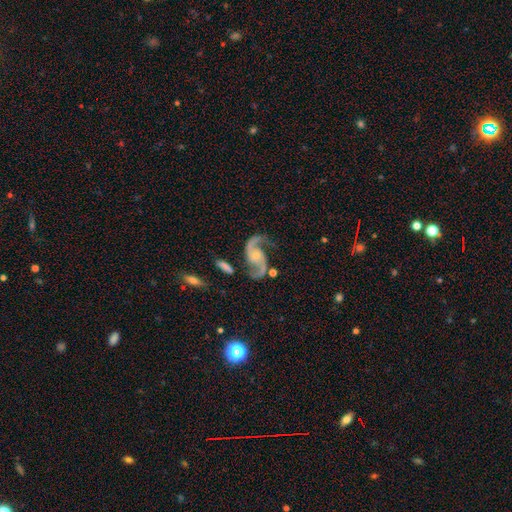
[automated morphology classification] Smooth or featured? featured or disk (92%)
Edge-on disk? no (98%)
Bar? no (65%)
Spiral arms? yes (98%)
Spiral winding? loose (47%)
Spiral arm count? 2 (94%)
Bulge size? small (64%)
Merging? none (71%)